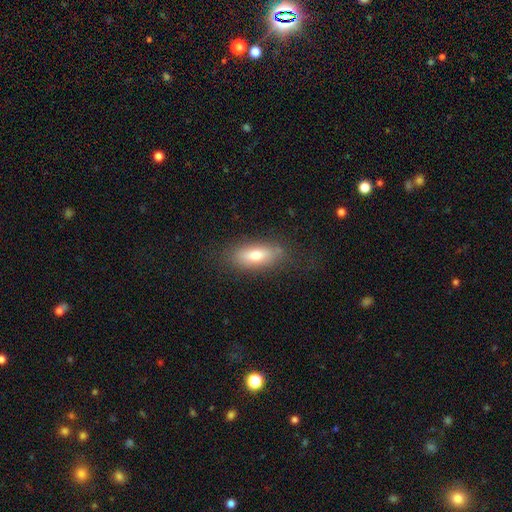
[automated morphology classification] Q: Smooth or featured?
A: smooth (70%); runner-up: featured or disk (22%)
Q: How rounded?
A: in between (75%); runner-up: cigar-shaped (21%)
Q: Merging?
A: none (77%); runner-up: minor disturbance (16%)